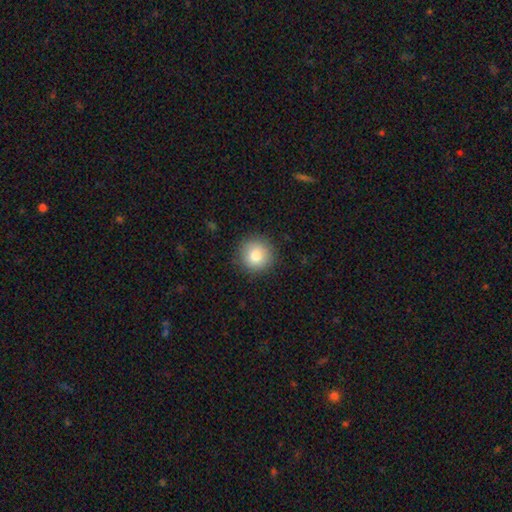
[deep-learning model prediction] smooth_or_featured: smooth (p=0.82) [alt: star or artifact p=0.10]
how_rounded: round (p=0.94) [alt: in between p=0.05]
merging: none (p=0.89) [alt: minor disturbance p=0.07]